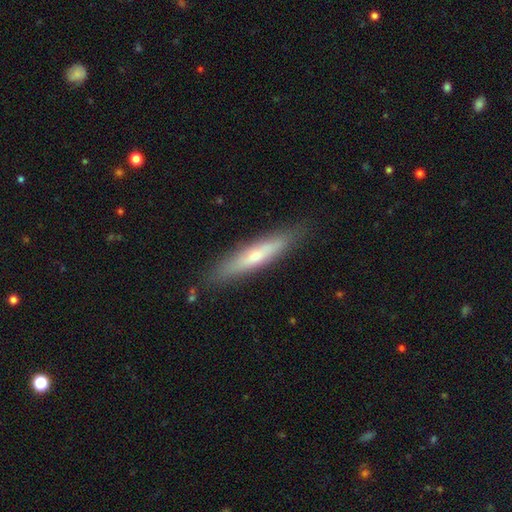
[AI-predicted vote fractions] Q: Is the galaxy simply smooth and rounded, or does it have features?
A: smooth — 52%.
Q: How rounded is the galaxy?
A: cigar-shaped — 86%.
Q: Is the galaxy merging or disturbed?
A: none — 86%.